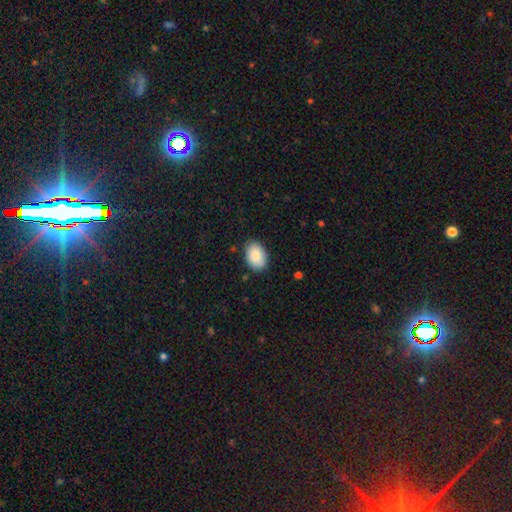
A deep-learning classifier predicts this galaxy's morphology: Smooth or featured? Predicted: smooth (p=0.87). How rounded? Predicted: in between (p=0.84). Merging? Predicted: none (p=0.84).